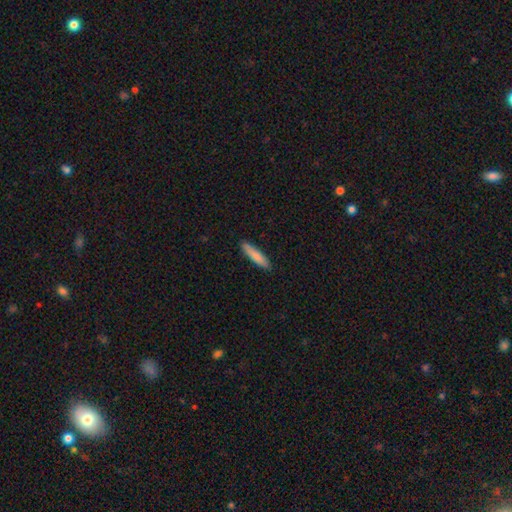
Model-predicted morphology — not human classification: Q: Smooth or featured?
A: smooth (82%); runner-up: featured or disk (12%)
Q: How rounded?
A: cigar-shaped (85%); runner-up: in between (14%)
Q: Merging?
A: none (89%); runner-up: minor disturbance (8%)